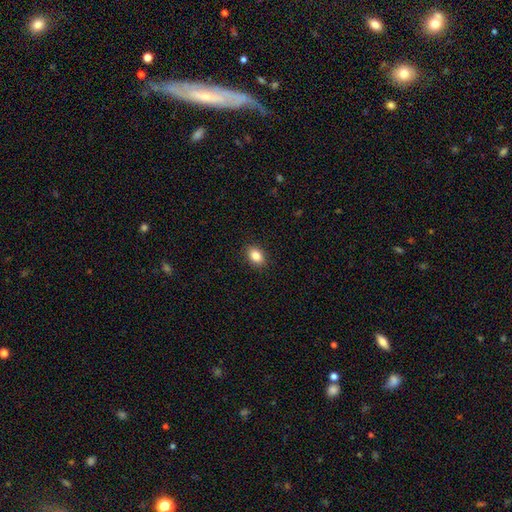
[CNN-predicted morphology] smooth 85%, star or artifact 9%, featured or disk 6%. Down the decision tree: how rounded — in between (78%); merging — none (90%).